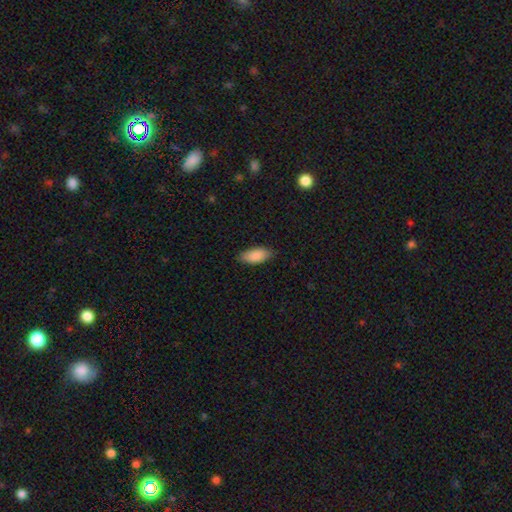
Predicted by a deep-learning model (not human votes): This appears to be a smooth galaxy with no disk features (89%) that is in between round and cigar-shaped (89%). Merging: none (83%).